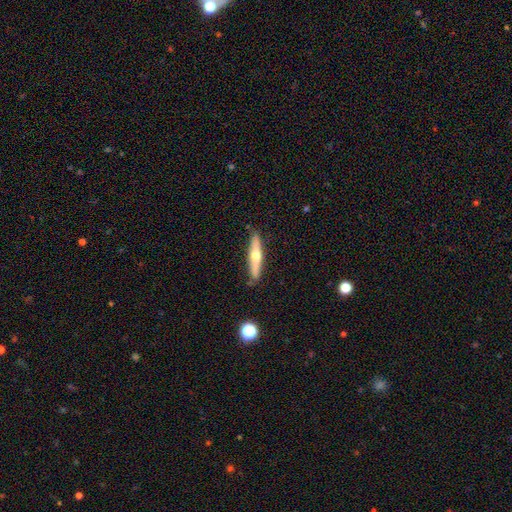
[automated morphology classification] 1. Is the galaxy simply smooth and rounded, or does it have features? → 54% featured or disk, 40% smooth, 6% star or artifact.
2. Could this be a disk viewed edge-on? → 93% yes, 7% no.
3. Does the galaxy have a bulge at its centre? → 90% rounded, 7% none, 3% boxy.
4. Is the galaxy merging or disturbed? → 87% none, 9% minor disturbance, 2% major disturbance, 2% merger.